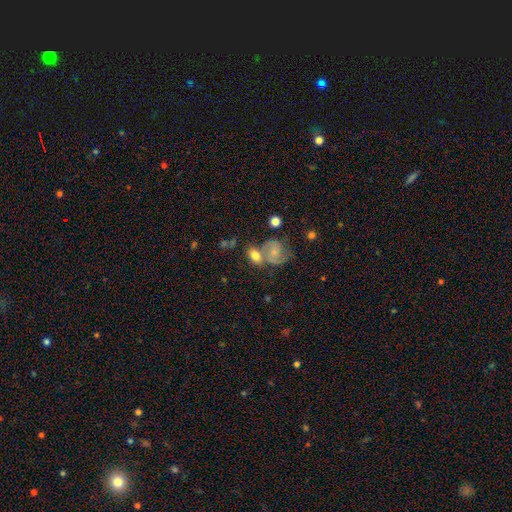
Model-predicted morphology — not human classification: Smooth or featured: smooth — 62% (featured or disk — 28%)
How rounded: in between — 67% (round — 30%)
Merging: none — 41% (merger — 40%)